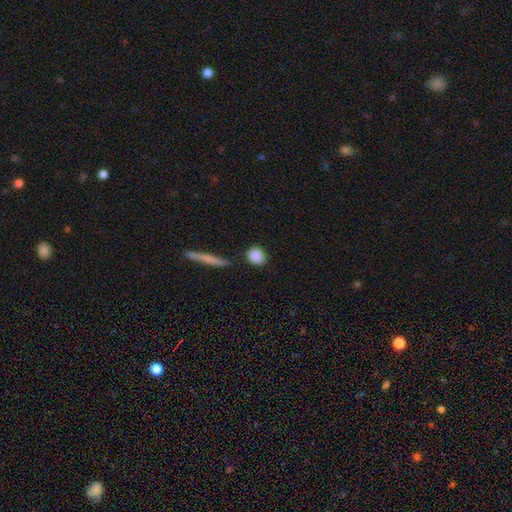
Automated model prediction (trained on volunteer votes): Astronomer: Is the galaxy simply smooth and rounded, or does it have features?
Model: smooth — 88%.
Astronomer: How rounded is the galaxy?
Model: round — 70%.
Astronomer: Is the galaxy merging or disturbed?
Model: none — 81%.